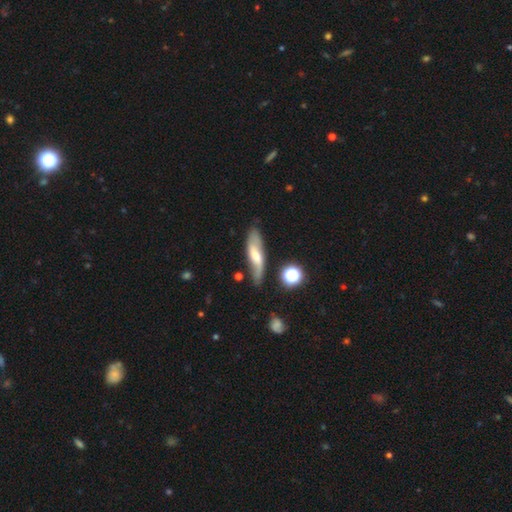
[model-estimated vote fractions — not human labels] Q: Smooth or featured?
A: featured or disk (53%); runner-up: smooth (39%)
Q: Edge-on disk?
A: no (72%); runner-up: yes (28%)
Q: Merging?
A: none (67%); runner-up: minor disturbance (21%)